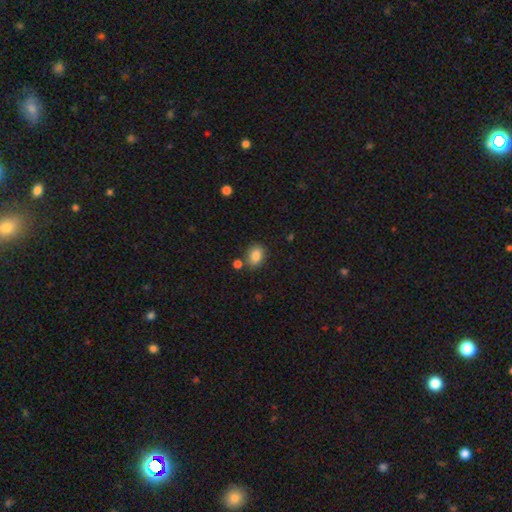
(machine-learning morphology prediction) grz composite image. It shows a smooth galaxy with no disk features (85%) that is in between round and cigar-shaped (68%). Merging: none (73%).